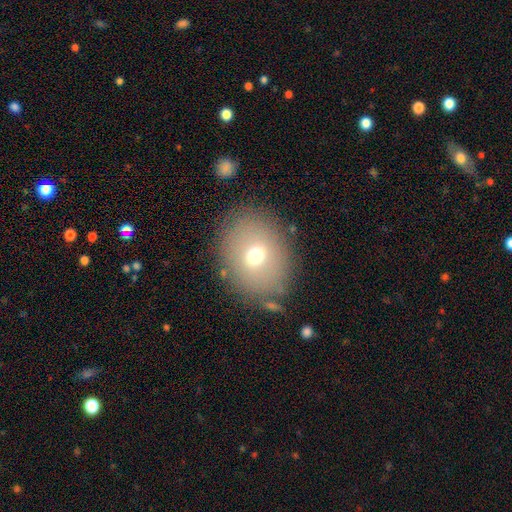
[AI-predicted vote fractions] This is likely a smooth galaxy (66%). How rounded: possibly round (51%). Merging: clearly none (81%).